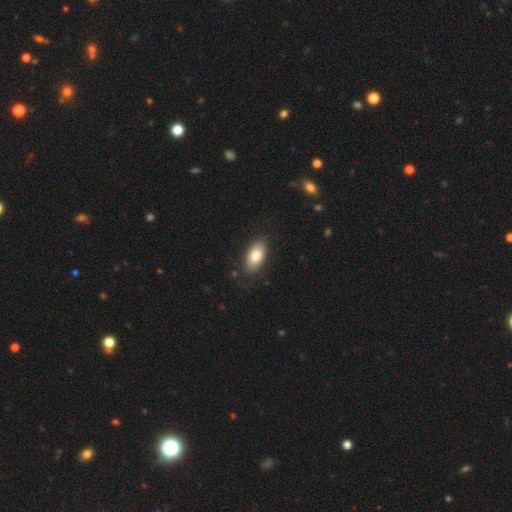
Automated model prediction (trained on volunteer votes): Morphology: type=smooth (81%); roundness=in between (92%); merging=none (82%).